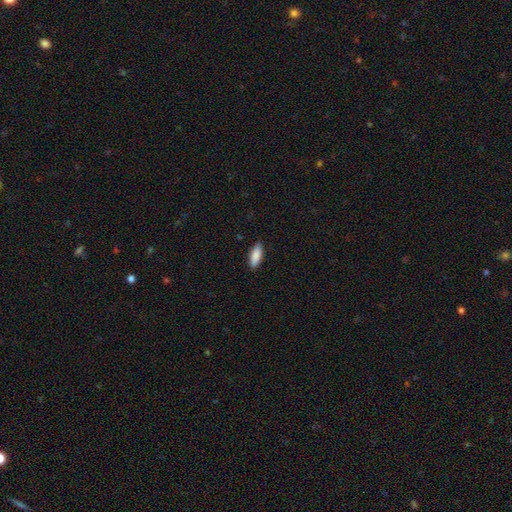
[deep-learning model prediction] smooth-or-featured: smooth: 87% | featured or disk: 7% | star or artifact: 6%
  how-rounded: in between: 68% | cigar-shaped: 31% | round: 2%
  merging: none: 88% | minor disturbance: 9% | major disturbance: 2% | merger: 1%